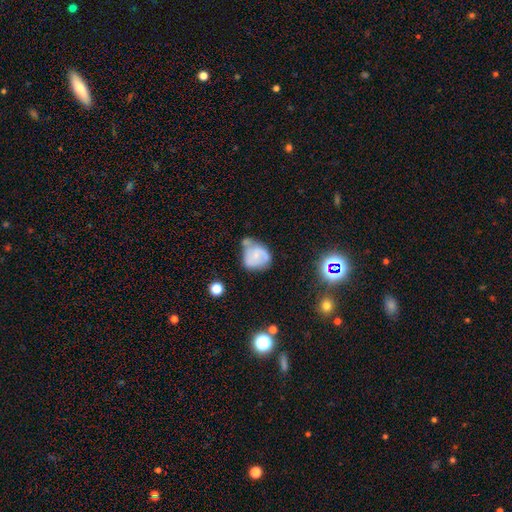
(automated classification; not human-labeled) Morphology: type=smooth (49%); merging=minor disturbance (28%, tied with merger).